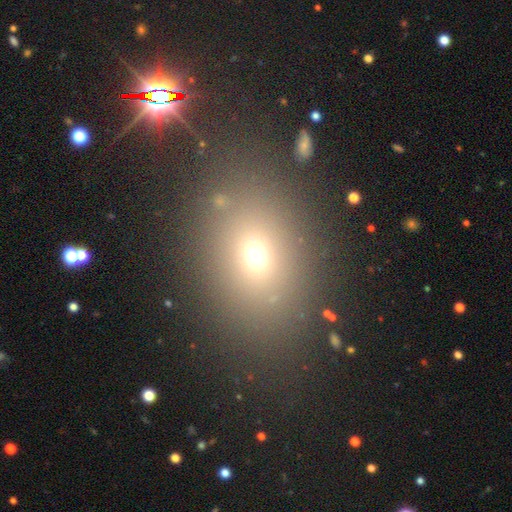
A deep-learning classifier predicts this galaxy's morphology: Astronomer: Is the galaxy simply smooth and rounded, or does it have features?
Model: smooth — 63%.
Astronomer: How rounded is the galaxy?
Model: in between — 60% (runner-up: round, 39%).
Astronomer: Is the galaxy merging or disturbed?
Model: none — 80%.